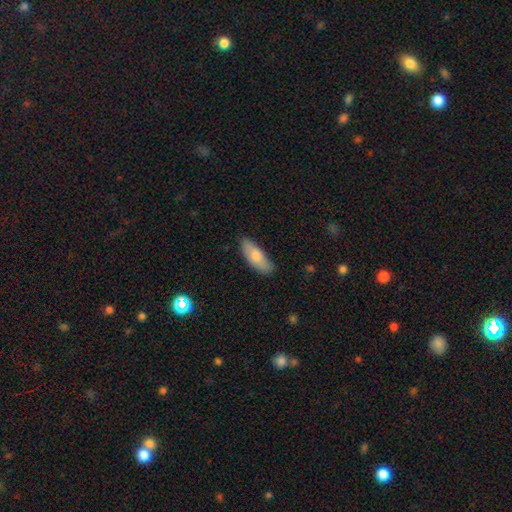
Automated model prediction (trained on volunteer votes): Smooth or featured? Predicted: smooth (p=0.76). How rounded? Predicted: in between (p=0.71). Merging? Predicted: none (p=0.83).